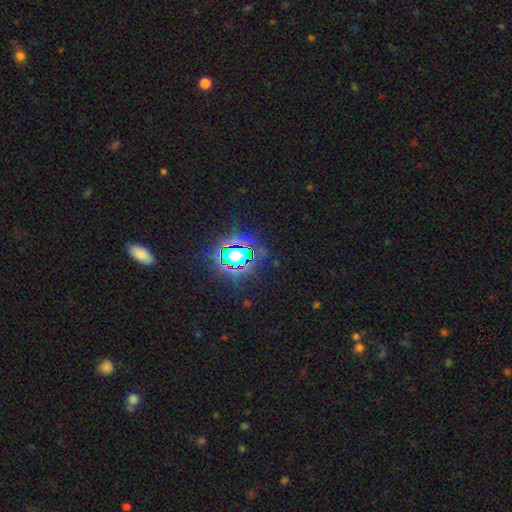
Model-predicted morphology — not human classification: Smooth or featured: star or artifact — 77% (smooth — 14%)